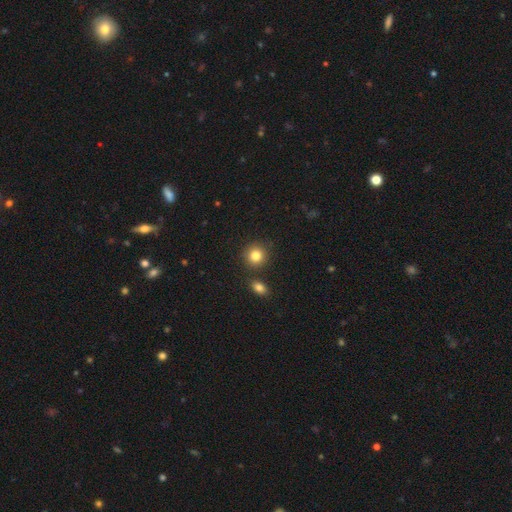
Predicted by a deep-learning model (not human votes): Smooth or featured: smooth — 84% (star or artifact — 10%)
How rounded: round — 88% (in between — 11%)
Merging: none — 83% (minor disturbance — 8%)